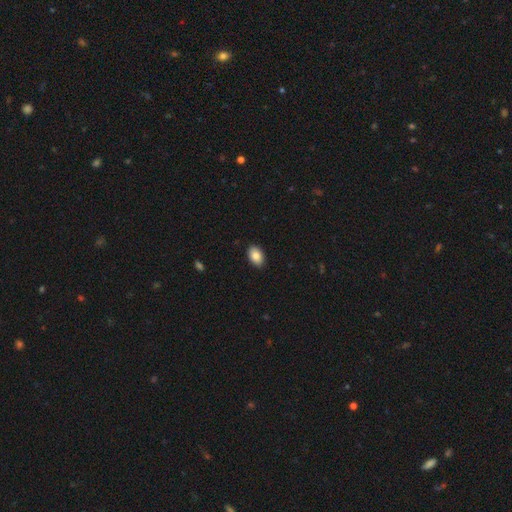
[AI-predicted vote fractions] Smooth or featured?
  - smooth: 85% *
  - star or artifact: 7%
  - featured or disk: 7%
How rounded?
  - in between: 90% *
  - round: 9%
  - cigar-shaped: 1%
Merging?
  - none: 90% *
  - minor disturbance: 8%
  - major disturbance: 2%
  - merger: 1%